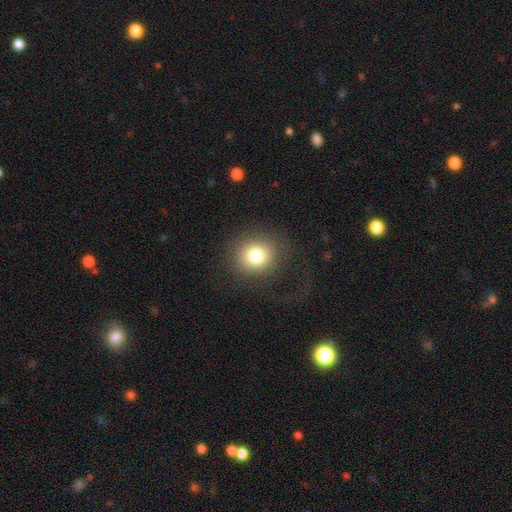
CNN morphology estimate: Smooth or featured? Predicted: smooth (p=0.78). How rounded? Predicted: round (p=0.86). Merging? Predicted: none (p=0.79).